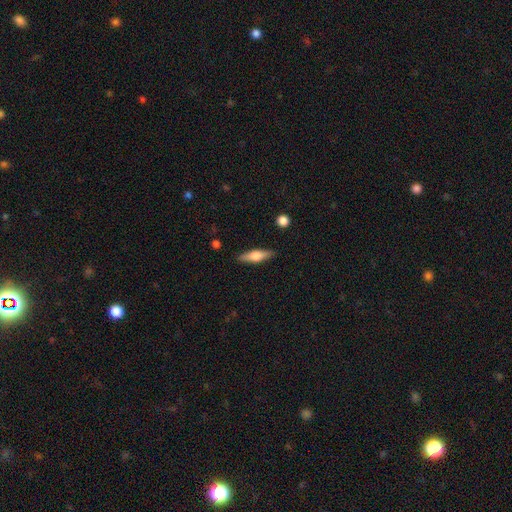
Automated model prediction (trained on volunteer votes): Smooth or featured? smooth (52%)
How rounded? cigar-shaped (59%)
Merging? none (88%)